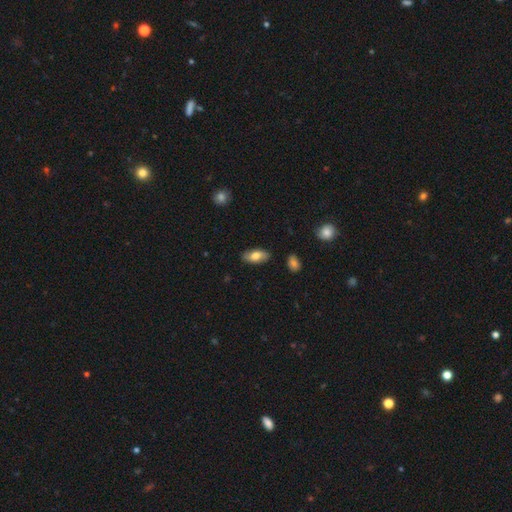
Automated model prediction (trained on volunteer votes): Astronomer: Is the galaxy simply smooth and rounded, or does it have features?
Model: smooth — 70%.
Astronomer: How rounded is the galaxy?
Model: in between — 91%.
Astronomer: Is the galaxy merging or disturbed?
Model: none — 85%.